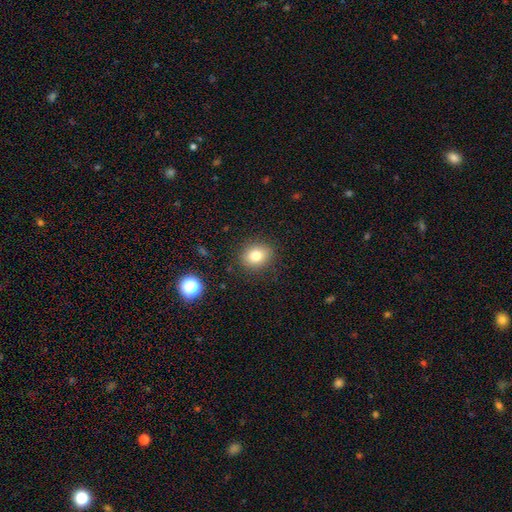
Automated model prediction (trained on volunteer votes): smooth 80%, star or artifact 11%, featured or disk 9%. Down the decision tree: how rounded — round (56%); merging — none (87%).